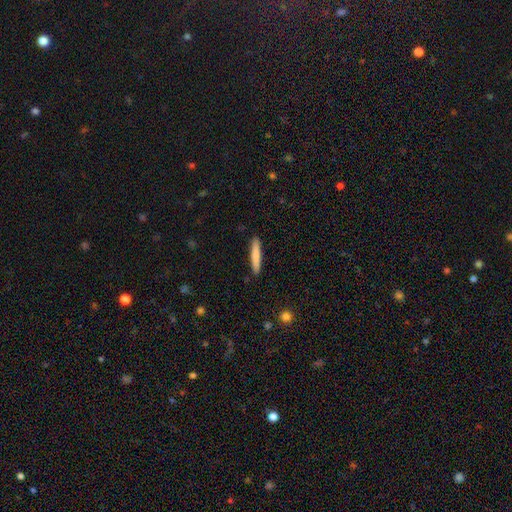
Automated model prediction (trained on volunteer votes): The model was most divided on "smooth or featured": smooth: 78%, featured or disk: 16%, star or artifact: 5%. More confident: how rounded — cigar-shaped (93%); merging — none (91%).